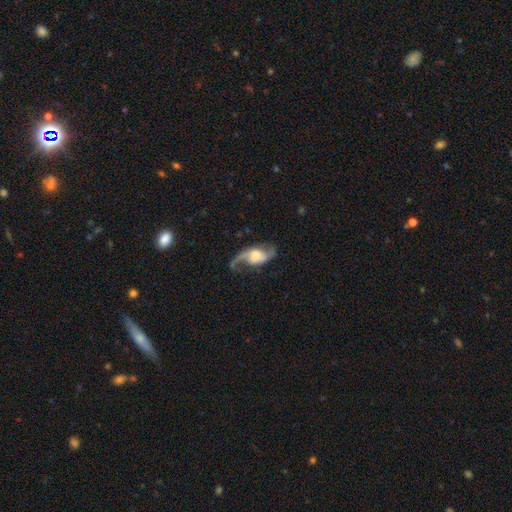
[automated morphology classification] Smooth or featured?
  - featured or disk: 85% *
  - smooth: 10%
  - star or artifact: 6%
Edge-on disk?
  - no: 95% *
  - yes: 5%
Bar?
  - no: 47% *
  - weak: 39%
  - strong: 15%
Spiral arms?
  - yes: 95% *
  - no: 5%
Spiral winding?
  - loose: 65% *
  - medium: 29%
  - tight: 6%
Spiral arm count?
  - 2: 86% *
  - 1: 8%
  - can't tell: 2%
  - 3: 1%
  - 4: 1%
  - more than 4: 1%
Bulge size?
  - moderate: 37% *
  - large: 32%
  - small: 17%
  - none: 10%
  - dominant: 4%
Merging?
  - none: 64% *
  - minor disturbance: 17%
  - major disturbance: 16%
  - merger: 3%